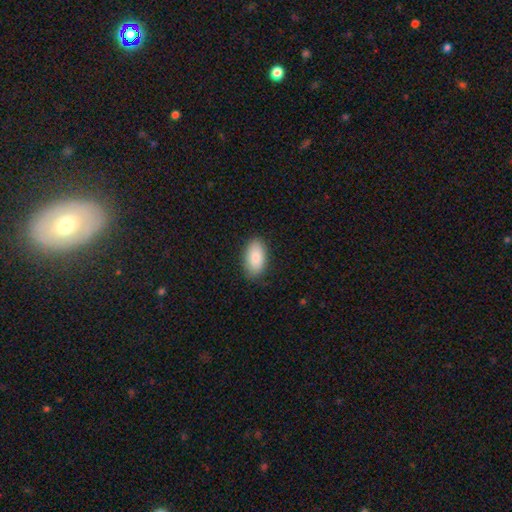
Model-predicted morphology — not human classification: A smooth galaxy with no disk features (86%) that is in between round and cigar-shaped (94%). Merging: none (86%).